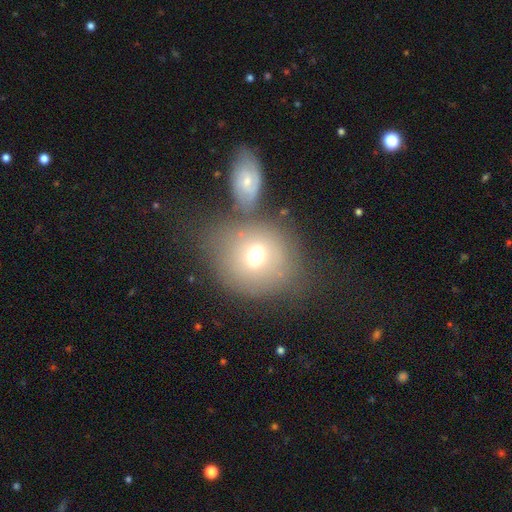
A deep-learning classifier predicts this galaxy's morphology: This is likely a smooth galaxy (65%). How rounded: likely round (66%). Merging: possibly none (50%).